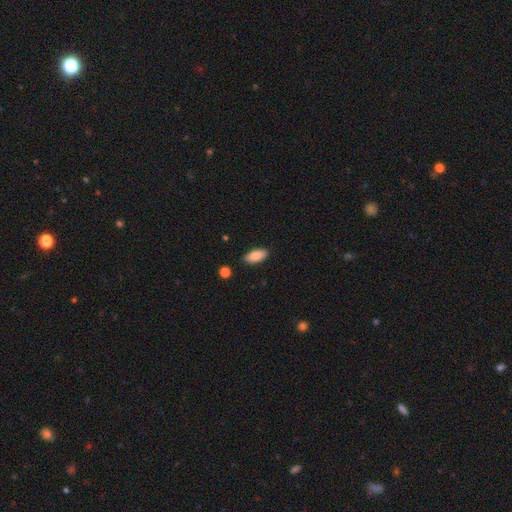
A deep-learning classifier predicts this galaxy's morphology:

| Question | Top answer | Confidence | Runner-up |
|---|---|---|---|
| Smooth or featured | smooth | 85% | featured or disk (8%) |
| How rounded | in between | 88% | cigar-shaped (10%) |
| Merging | none | 87% | minor disturbance (9%) |